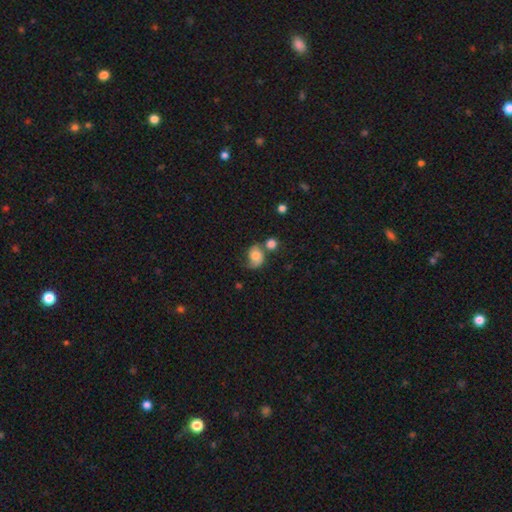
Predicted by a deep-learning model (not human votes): Smooth or featured: smooth — 50% (featured or disk — 40%)
Merging: none — 39% (merger — 25%)